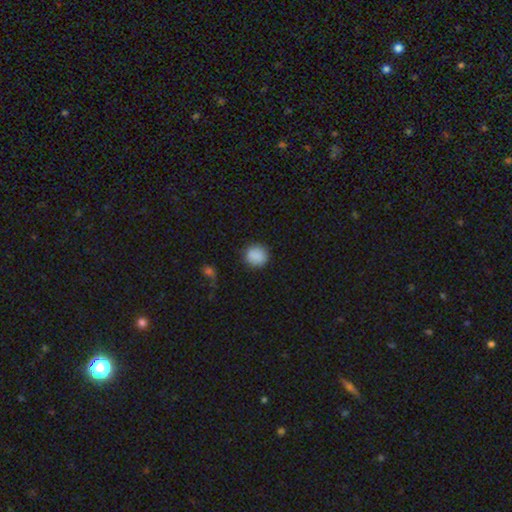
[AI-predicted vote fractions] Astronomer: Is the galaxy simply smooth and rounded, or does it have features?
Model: smooth — 89%.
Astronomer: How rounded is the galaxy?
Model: round — 89%.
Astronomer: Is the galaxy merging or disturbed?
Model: none — 88%.